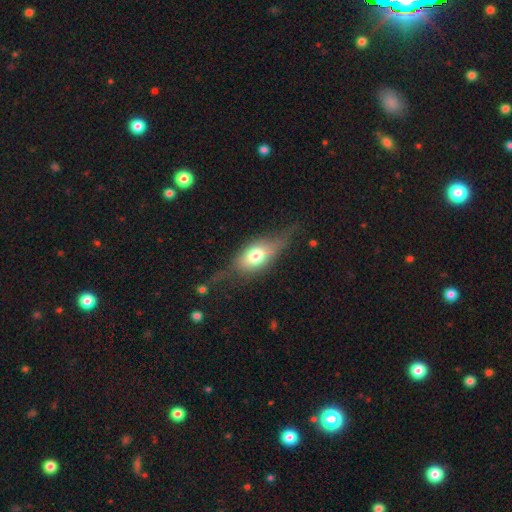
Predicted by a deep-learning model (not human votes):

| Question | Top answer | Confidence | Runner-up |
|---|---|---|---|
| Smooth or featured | smooth | 49% | featured or disk (43%) |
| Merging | none | 54% | minor disturbance (25%) |